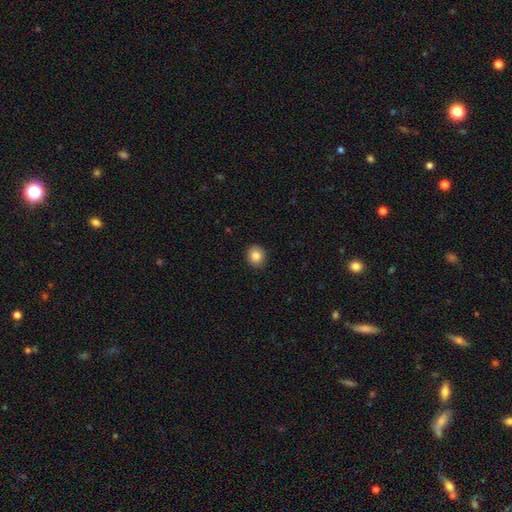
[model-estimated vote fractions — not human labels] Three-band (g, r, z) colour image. It shows a smooth galaxy with no disk features (84%) that is round (85%). Merging: none (91%).